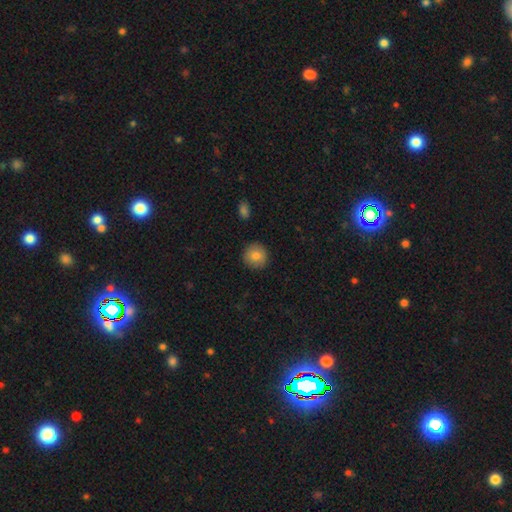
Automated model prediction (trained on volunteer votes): Q: Smooth or featured?
A: smooth (81%); runner-up: featured or disk (12%)
Q: How rounded?
A: round (94%); runner-up: in between (5%)
Q: Merging?
A: none (90%); runner-up: minor disturbance (7%)